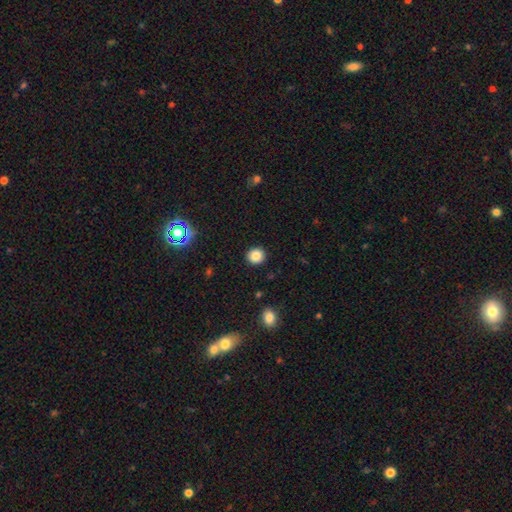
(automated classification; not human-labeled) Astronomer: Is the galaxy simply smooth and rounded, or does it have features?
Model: smooth — 85%.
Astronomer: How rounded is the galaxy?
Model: round — 90%.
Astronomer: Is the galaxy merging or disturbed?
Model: none — 92%.